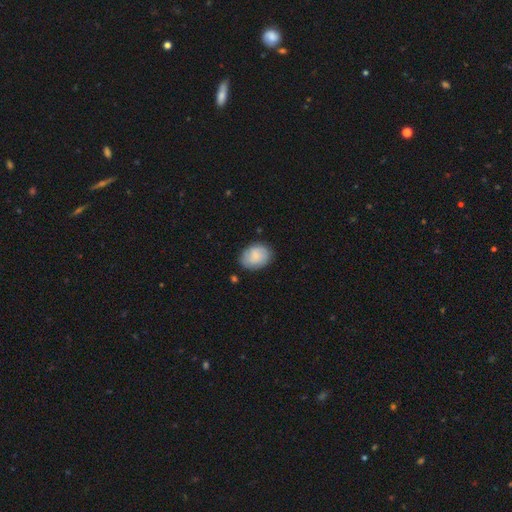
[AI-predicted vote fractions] The model was most divided on "how rounded": in between: 67%, round: 32%, cigar-shaped: 1%. More confident: merging — none (79%); smooth or featured — smooth (75%).